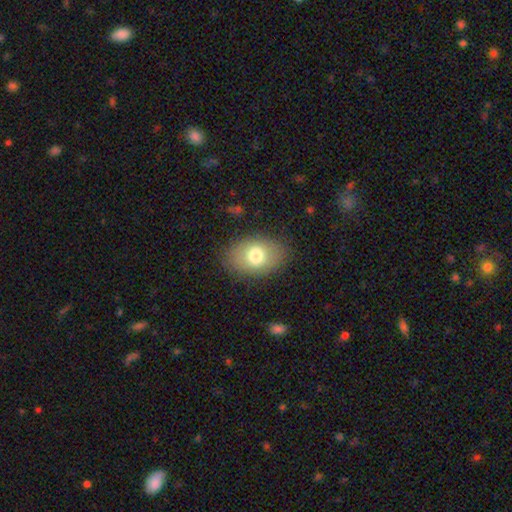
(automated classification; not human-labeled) Morphology: type=smooth (75%); roundness=in between (81%); merging=none (82%).